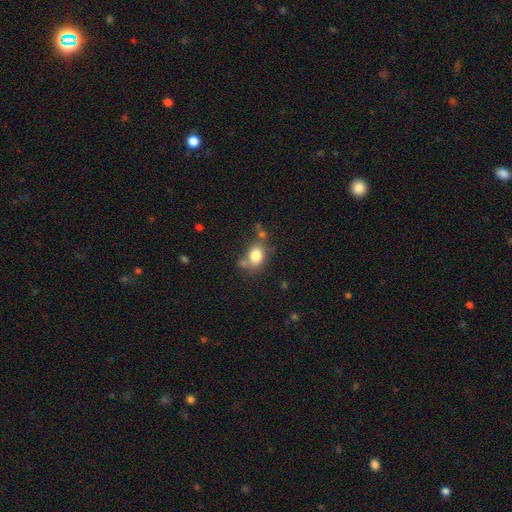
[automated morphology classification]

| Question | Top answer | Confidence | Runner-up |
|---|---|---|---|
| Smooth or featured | smooth | 80% | star or artifact (10%) |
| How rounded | in between | 55% | round (44%) |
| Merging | none | 60% | minor disturbance (19%) |